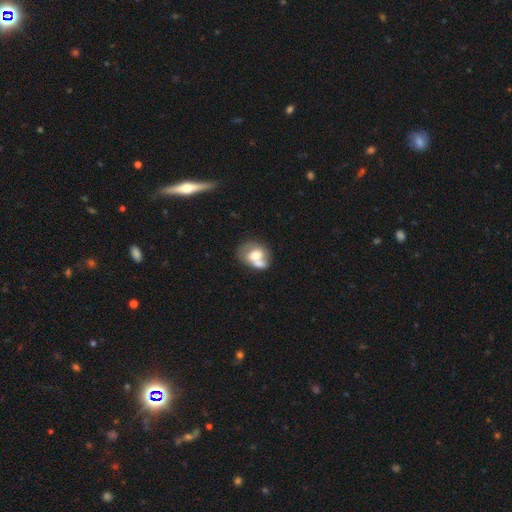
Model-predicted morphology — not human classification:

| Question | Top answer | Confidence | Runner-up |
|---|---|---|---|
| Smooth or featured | smooth | 58% | featured or disk (35%) |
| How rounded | in between | 55% | round (44%) |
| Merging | merger | 48% | none (29%) |